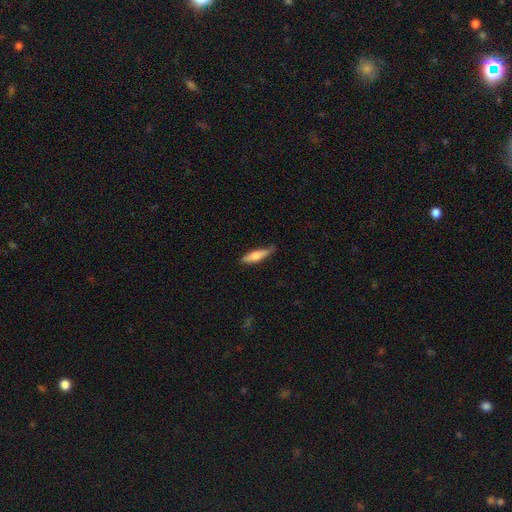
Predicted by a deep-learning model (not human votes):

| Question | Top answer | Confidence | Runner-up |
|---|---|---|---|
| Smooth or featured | smooth | 60% | featured or disk (35%) |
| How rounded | cigar-shaped | 72% | in between (26%) |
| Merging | none | 77% | minor disturbance (19%) |